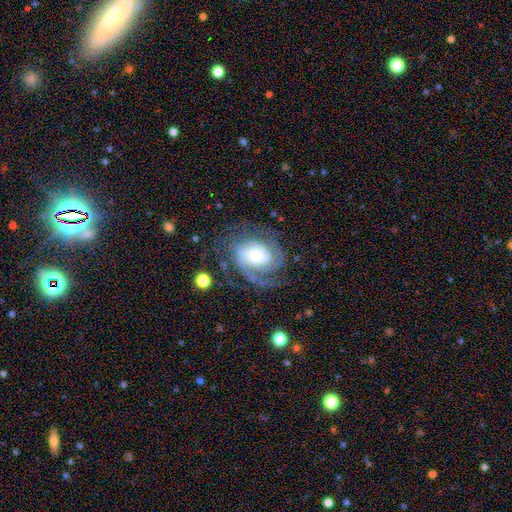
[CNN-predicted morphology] smooth-or-featured: featured or disk: 85% | smooth: 10% | star or artifact: 6%
  disk-edge-on: no: 97% | yes: 3%
    bar: no: 67% | weak: 25% | strong: 7%
    has-spiral-arms: yes: 96% | no: 4%
      spiral-winding: tight: 53% | medium: 36% | loose: 11%
      spiral-arm-count: 2: 44% | can't tell: 20% | 3: 17% | 1: 9% | 4: 5% | more than 4: 5%
    bulge-size: large: 32% (tied) | moderate: 32% (tied) | small: 26% | dominant: 7% | none: 3%
  merging: none: 63% | minor disturbance: 18% | major disturbance: 17% | merger: 2%